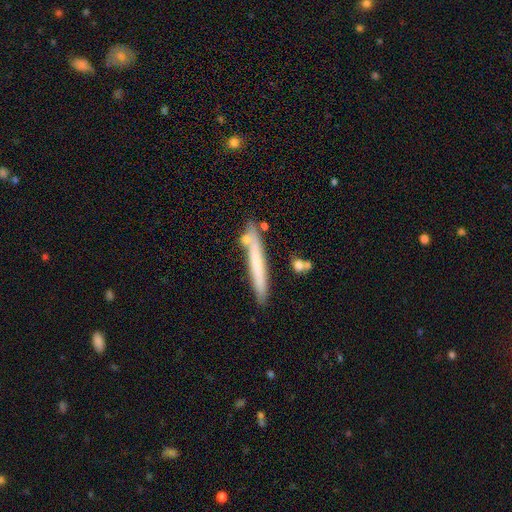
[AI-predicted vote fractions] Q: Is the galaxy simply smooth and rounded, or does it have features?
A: smooth — 60%.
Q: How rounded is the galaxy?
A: cigar-shaped — 96%.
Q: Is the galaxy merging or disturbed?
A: none — 78%.